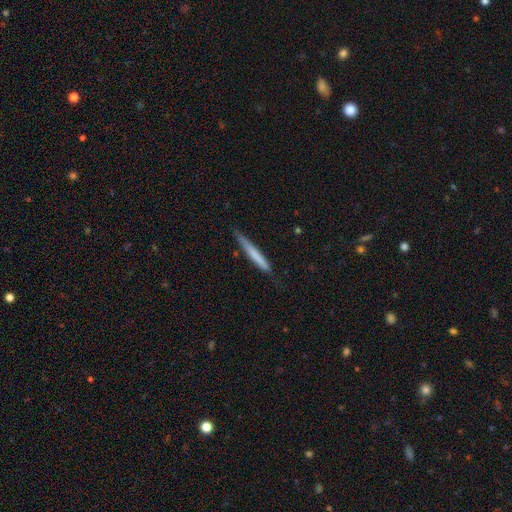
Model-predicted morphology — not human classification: A smooth galaxy with no disk features (64%) that is cigar-shaped (96%).

Vote fractions:
- Smooth or featured? smooth: 64% / featured or disk: 30% / star or artifact: 5%
- How rounded? cigar-shaped: 96% / in between: 3% / round: 1%
- Merging? none: 73% / minor disturbance: 21% / major disturbance: 3% / merger: 2%